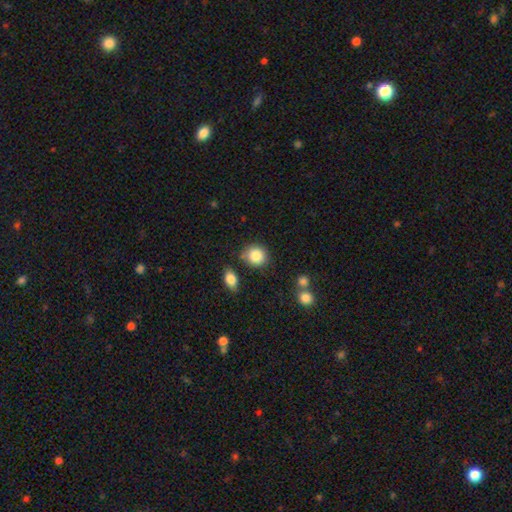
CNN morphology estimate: smooth 86%, star or artifact 9%, featured or disk 6%. Down the decision tree: how rounded — round (81%); merging — none (76%).